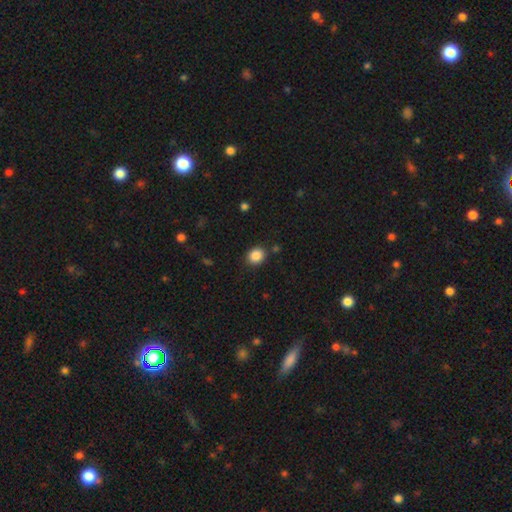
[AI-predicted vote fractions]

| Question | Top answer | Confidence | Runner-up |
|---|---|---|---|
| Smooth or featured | smooth | 86% | star or artifact (10%) |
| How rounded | round | 76% | in between (23%) |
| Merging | none | 87% | minor disturbance (8%) |